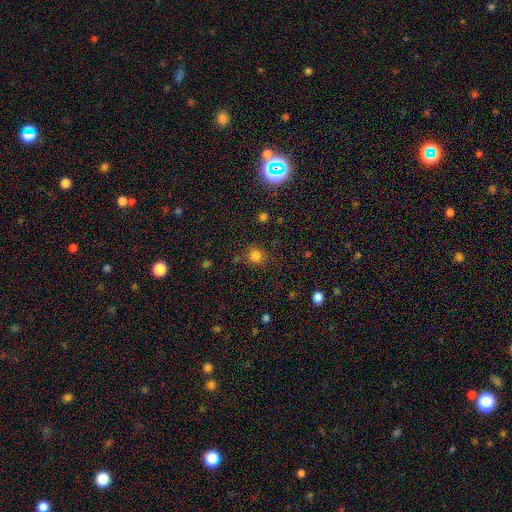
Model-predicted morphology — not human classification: smooth-or-featured: smooth: 80% | star or artifact: 15% | featured or disk: 4%
  how-rounded: round: 92% | in between: 7% | cigar-shaped: 1%
  merging: none: 82% | minor disturbance: 10% | major disturbance: 4% | merger: 4%